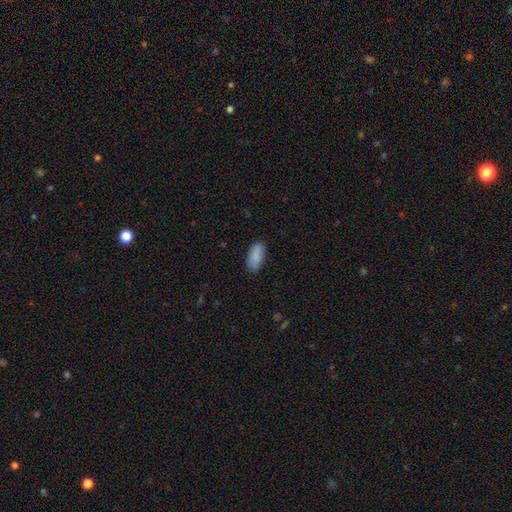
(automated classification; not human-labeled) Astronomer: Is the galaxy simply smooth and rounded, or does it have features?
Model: smooth — 89%.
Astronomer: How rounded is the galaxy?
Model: in between — 90%.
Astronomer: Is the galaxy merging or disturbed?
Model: none — 87%.